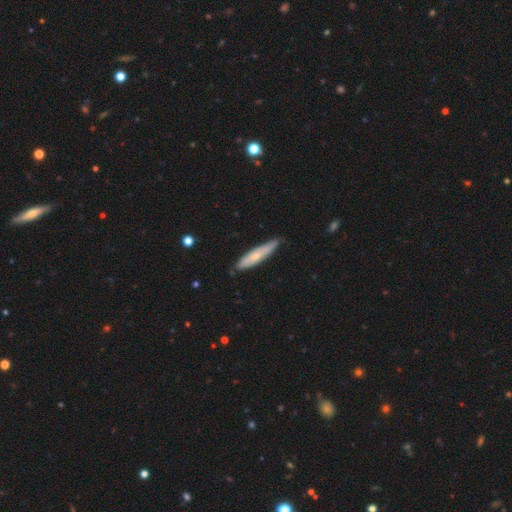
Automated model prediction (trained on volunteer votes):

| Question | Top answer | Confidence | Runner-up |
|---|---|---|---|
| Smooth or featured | smooth | 52% | featured or disk (43%) |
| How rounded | cigar-shaped | 82% | in between (16%) |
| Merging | none | 80% | minor disturbance (17%) |